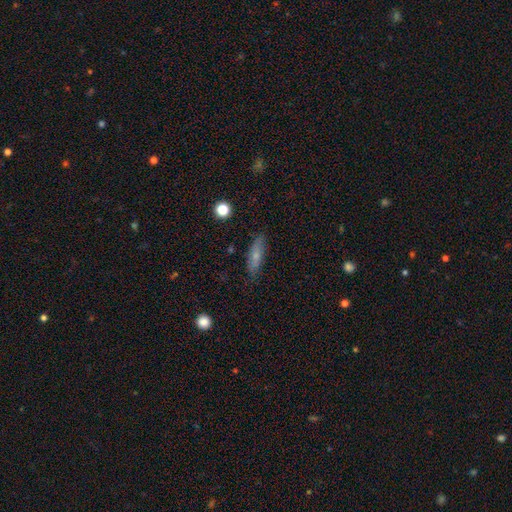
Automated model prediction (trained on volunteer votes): Smooth or featured? smooth (66%)
How rounded? cigar-shaped (60%)
Merging? none (80%)